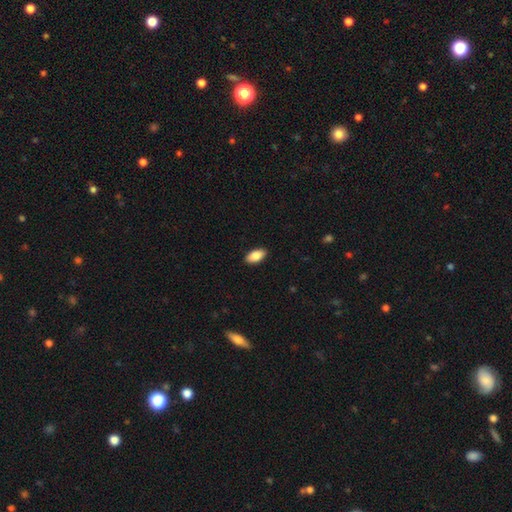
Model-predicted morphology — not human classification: Q: Smooth or featured?
A: smooth (86%); runner-up: featured or disk (7%)
Q: How rounded?
A: in between (93%); runner-up: cigar-shaped (4%)
Q: Merging?
A: none (90%); runner-up: minor disturbance (8%)